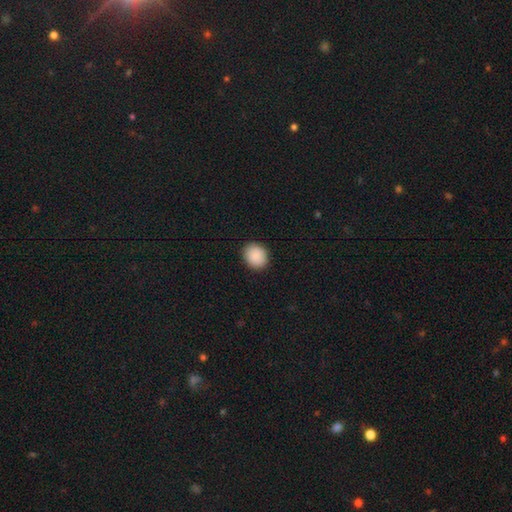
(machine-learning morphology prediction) This appears to be a smooth galaxy with no disk features (90%) that is round (70%). Merging: none (91%).